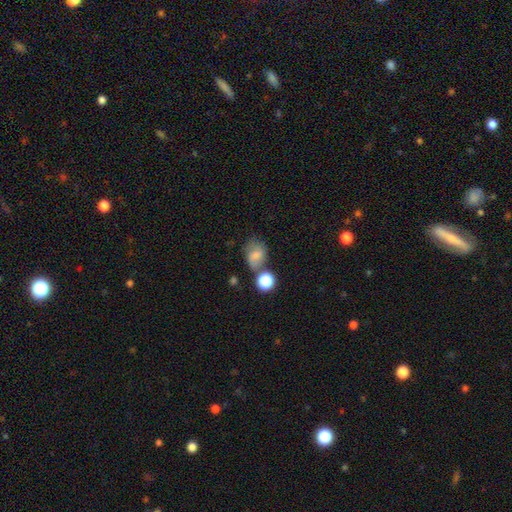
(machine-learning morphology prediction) smooth-or-featured: smooth: 68% | featured or disk: 19% | star or artifact: 13%
  how-rounded: in between: 55% | round: 44% | cigar-shaped: 1%
  merging: none: 48% | minor disturbance: 23% | merger: 18% | major disturbance: 11%